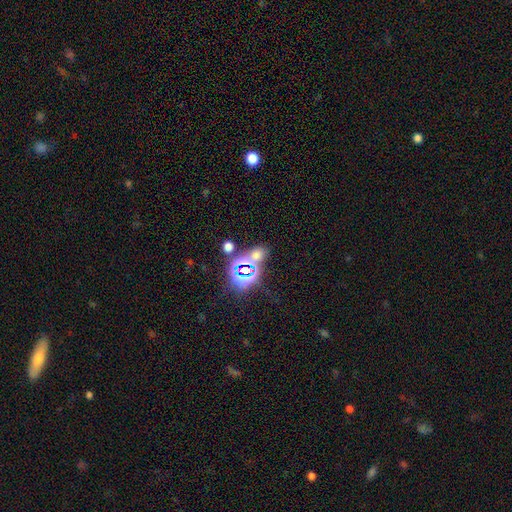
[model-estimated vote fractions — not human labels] smooth-or-featured: star or artifact: 49% | smooth: 43% | featured or disk: 8%